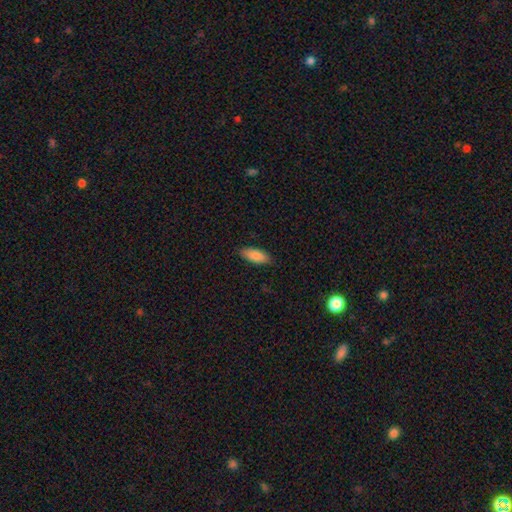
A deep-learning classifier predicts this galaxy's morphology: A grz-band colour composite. It shows a smooth galaxy with no disk features (86%) that is in between round and cigar-shaped (78%). Merging: none (87%).